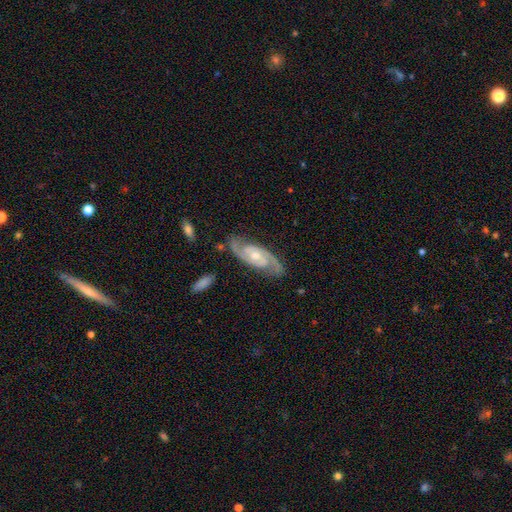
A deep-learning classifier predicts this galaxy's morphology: Smooth or featured? Predicted: featured or disk (p=0.90). Edge-on disk? Predicted: no (p=0.95). Bar? Predicted: no (p=0.53). Spiral arms? Predicted: yes (p=0.98). Spiral winding? Predicted: medium (p=0.48). Spiral arm count? Predicted: 2 (p=0.91). Bulge size? Predicted: moderate (p=0.56). Merging? Predicted: none (p=0.82).